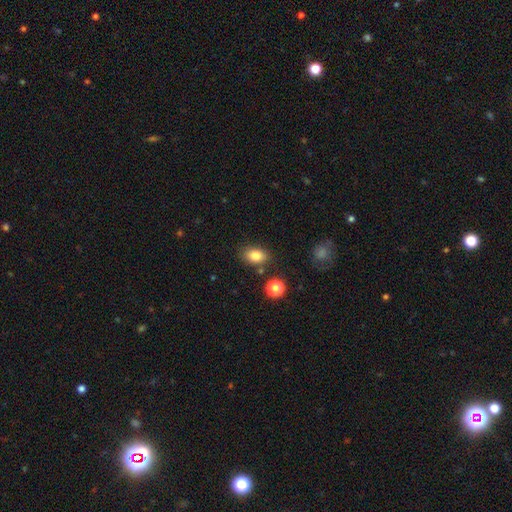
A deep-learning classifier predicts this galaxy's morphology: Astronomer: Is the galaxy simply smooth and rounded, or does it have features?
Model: smooth — 83%.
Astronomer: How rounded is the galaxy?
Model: in between — 80%.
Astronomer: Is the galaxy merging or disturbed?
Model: none — 80%.